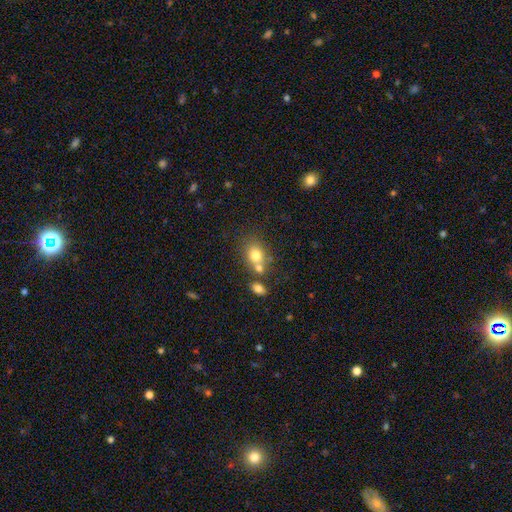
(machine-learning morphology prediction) Smooth or featured? Predicted: smooth (p=0.77). How rounded? Predicted: round (p=0.52). Merging? Predicted: none (p=0.48).